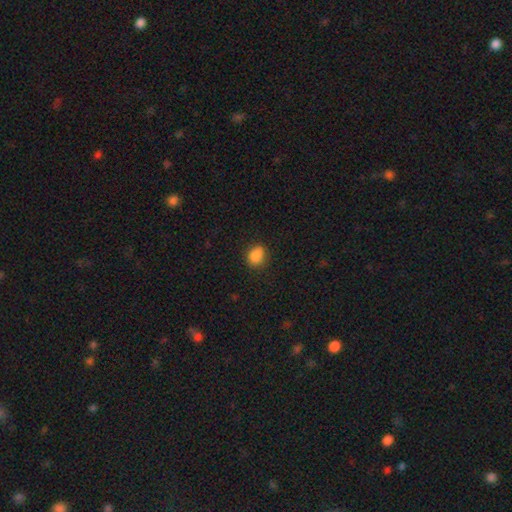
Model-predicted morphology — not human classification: Smooth or featured?
  - smooth: 85% *
  - star or artifact: 10%
  - featured or disk: 5%
How rounded?
  - round: 50% *
  - in between: 49%
  - cigar-shaped: 1%
Merging?
  - none: 77% *
  - minor disturbance: 18%
  - major disturbance: 4%
  - merger: 2%